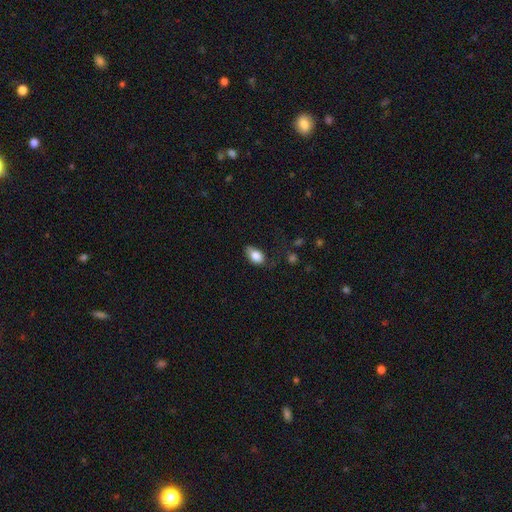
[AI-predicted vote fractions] Smooth or featured: smooth — 82% (featured or disk — 11%)
How rounded: in between — 88% (round — 10%)
Merging: none — 54% (minor disturbance — 32%)